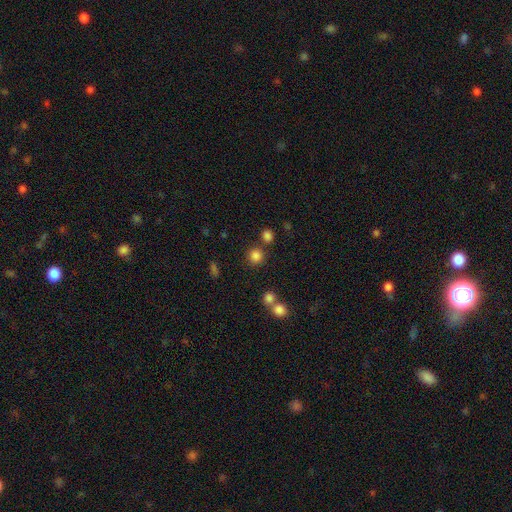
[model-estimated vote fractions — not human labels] This is clearly a smooth galaxy (81%). How rounded: clearly round (91%). Merging: likely none (75%).